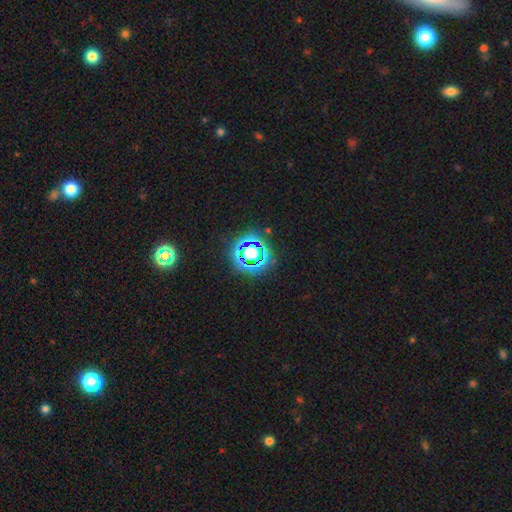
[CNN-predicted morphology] Q: Smooth or featured?
A: star or artifact (76%); runner-up: smooth (15%)